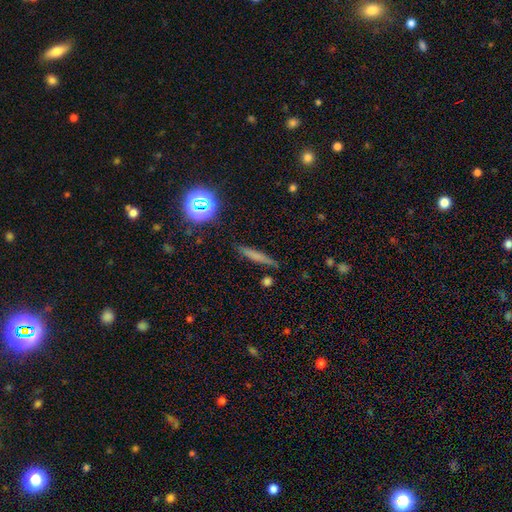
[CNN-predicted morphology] A smooth galaxy with no disk features (60%) that is cigar-shaped (91%). Merging: none (85%).